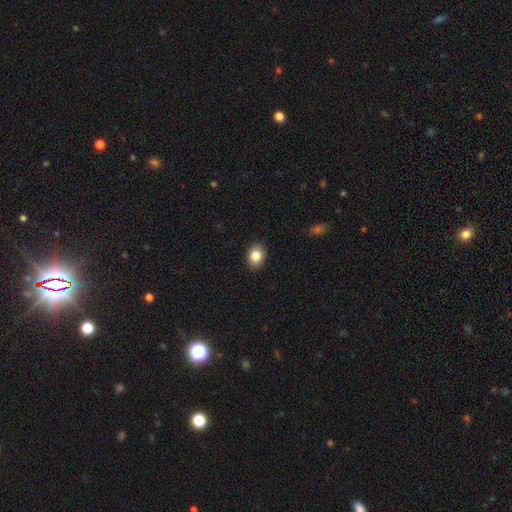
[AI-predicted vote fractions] Overall: smooth (84%). How rounded: in between (63%; round 36%). Merging: none (90%).